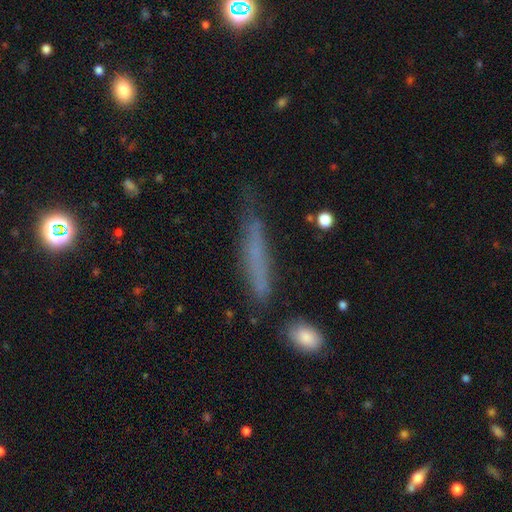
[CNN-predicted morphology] smooth 61%, featured or disk 30%, star or artifact 10%. Down the decision tree: how rounded — cigar-shaped (89%); merging — none (57%).